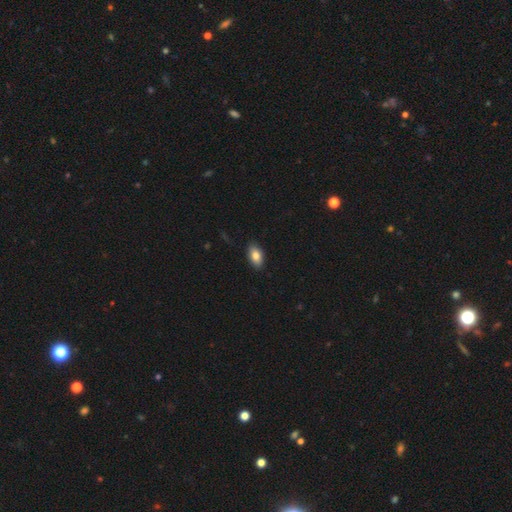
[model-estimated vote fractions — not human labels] Overall: smooth (82%). How rounded: in between (92%). Merging: none (89%).